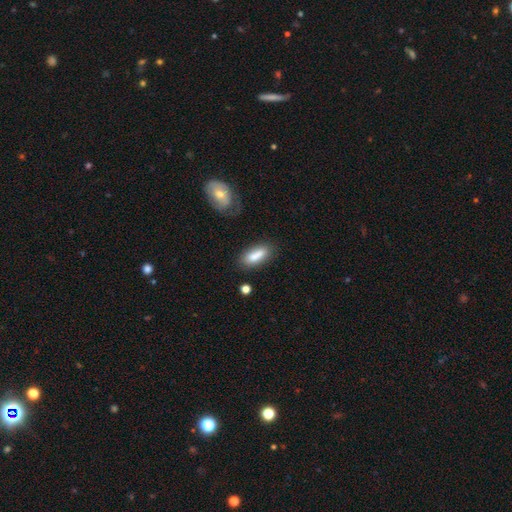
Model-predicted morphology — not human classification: Smooth or featured: smooth — 82% (featured or disk — 11%)
How rounded: in between — 70% (cigar-shaped — 28%)
Merging: none — 73% (minor disturbance — 17%)